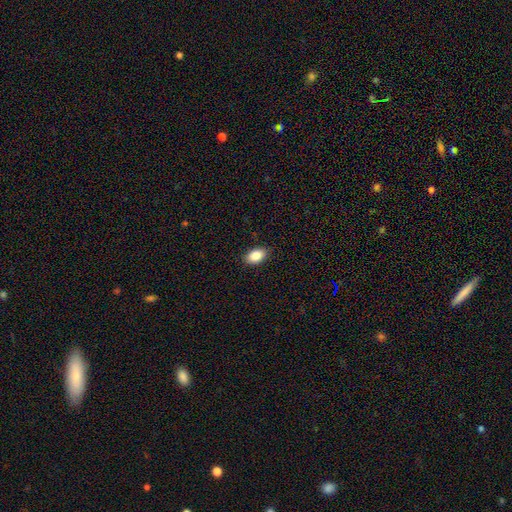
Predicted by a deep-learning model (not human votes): The model was most divided on "merging": none: 89%, minor disturbance: 9%, major disturbance: 2%, merger: 1%. More confident: how rounded — in between (91%); smooth or featured — smooth (87%).